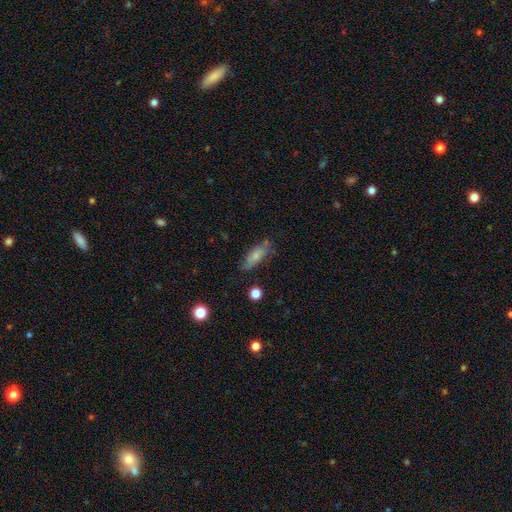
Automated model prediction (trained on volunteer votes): smooth_or_featured: smooth (p=0.74) [alt: featured or disk p=0.18]
how_rounded: in between (p=0.67) [alt: cigar-shaped p=0.31]
merging: none (p=0.64) [alt: minor disturbance p=0.25]